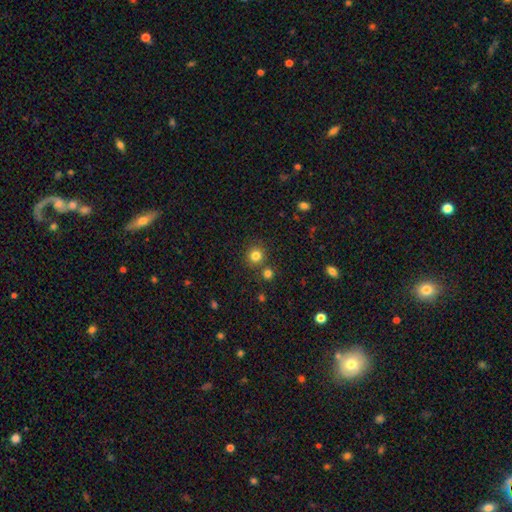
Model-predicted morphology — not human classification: smooth_or_featured: smooth (p=0.81) [alt: star or artifact p=0.14]
how_rounded: round (p=0.92) [alt: in between p=0.07]
merging: none (p=0.80) [alt: merger p=0.10]